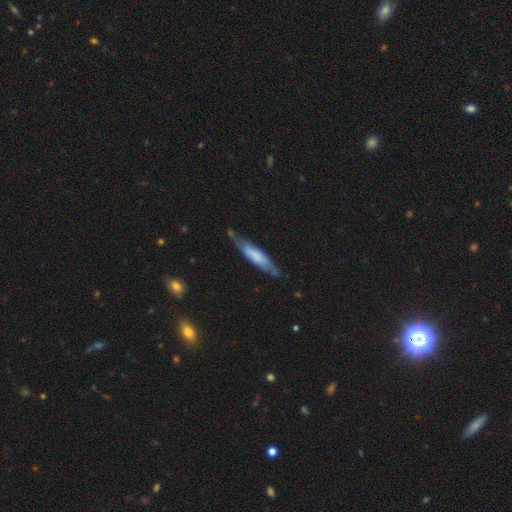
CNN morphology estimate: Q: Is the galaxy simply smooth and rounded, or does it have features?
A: smooth — 58%.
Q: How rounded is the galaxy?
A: cigar-shaped — 80%.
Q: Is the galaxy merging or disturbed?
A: none — 68%.